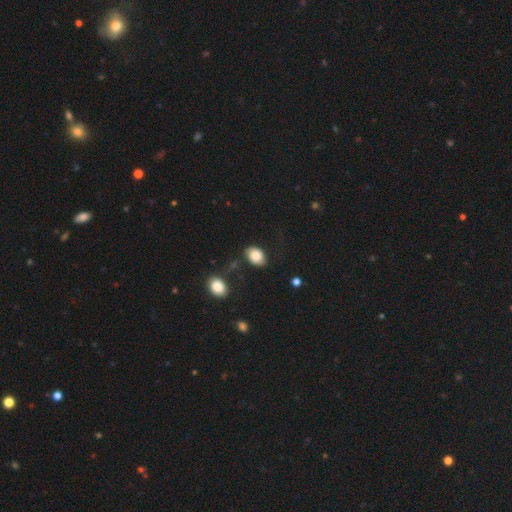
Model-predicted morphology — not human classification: type=smooth (83%); roundness=in between (73%); merging=none (69%).